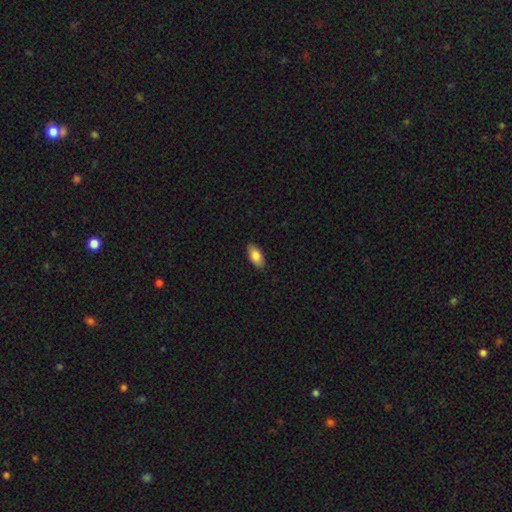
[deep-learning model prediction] smooth-or-featured: smooth: 85% | featured or disk: 9% | star or artifact: 6%
  how-rounded: in between: 91% | cigar-shaped: 6% | round: 2%
  merging: none: 88% | minor disturbance: 9% | major disturbance: 2% | merger: 1%